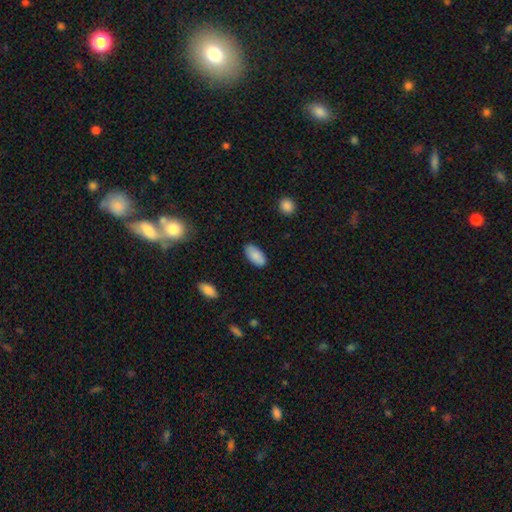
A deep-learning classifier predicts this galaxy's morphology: Smooth or featured?
  - smooth: 88% *
  - star or artifact: 6%
  - featured or disk: 6%
How rounded?
  - in between: 94% *
  - cigar-shaped: 3%
  - round: 2%
Merging?
  - none: 85% *
  - minor disturbance: 11%
  - major disturbance: 2%
  - merger: 1%